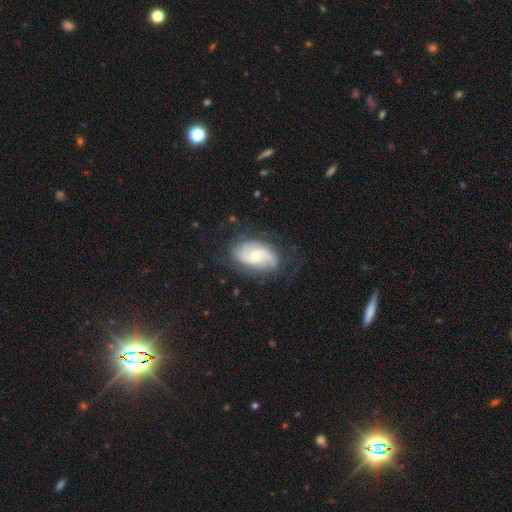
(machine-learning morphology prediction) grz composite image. It shows a featured or disk galaxy (75%) with no bar (57%), 2 (64%) medium (44%) spiral arms (93%) and a moderate central bulge (47%). Merging: none (70%).